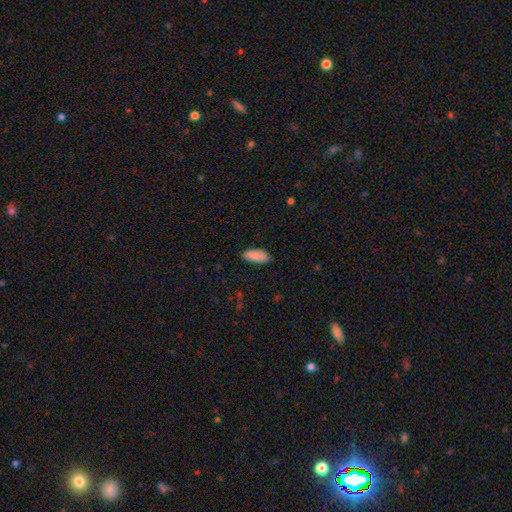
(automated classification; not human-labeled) The model was most divided on "merging": none: 84%, minor disturbance: 13%, major disturbance: 2%, merger: 1%. More confident: smooth or featured — smooth (89%); how rounded — in between (85%).